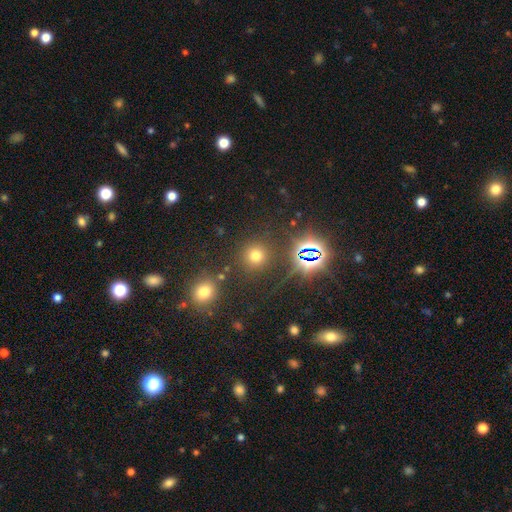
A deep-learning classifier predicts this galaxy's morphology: smooth 64%, star or artifact 29%, featured or disk 7%. Down the decision tree: how rounded — round (92%); merging — none (84%).